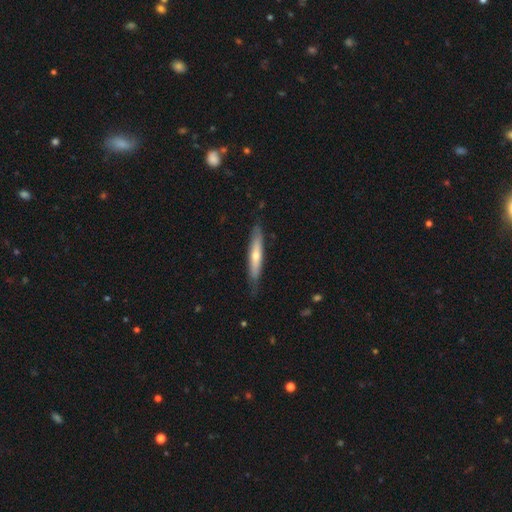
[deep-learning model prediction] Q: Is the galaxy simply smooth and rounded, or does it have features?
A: smooth — 48%.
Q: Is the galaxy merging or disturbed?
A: none — 81%.